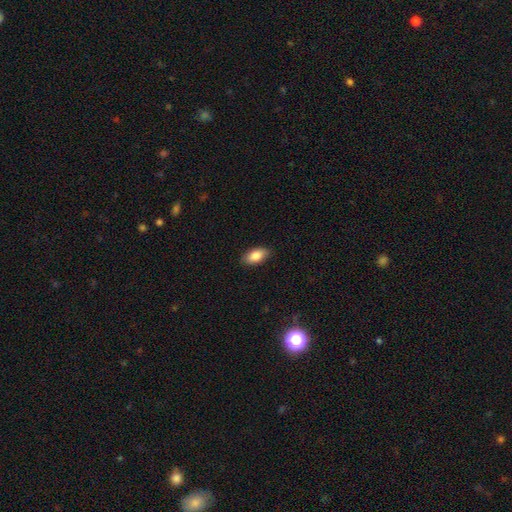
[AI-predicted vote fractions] The model was most divided on "smooth or featured": smooth: 86%, featured or disk: 8%, star or artifact: 7%. More confident: how rounded — in between (92%); merging — none (88%).